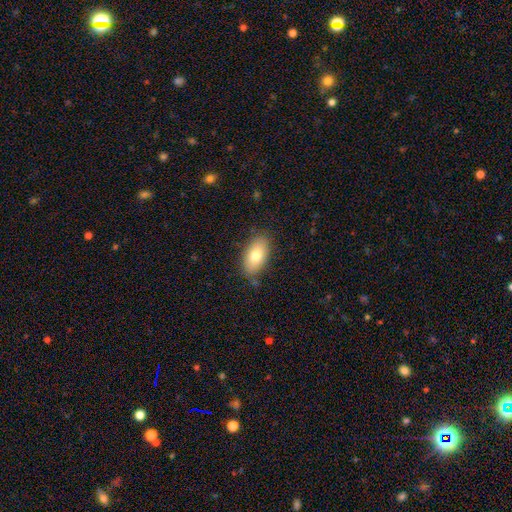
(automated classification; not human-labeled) This is likely a smooth galaxy (77%). How rounded: clearly in between (92%). Merging: clearly none (80%).